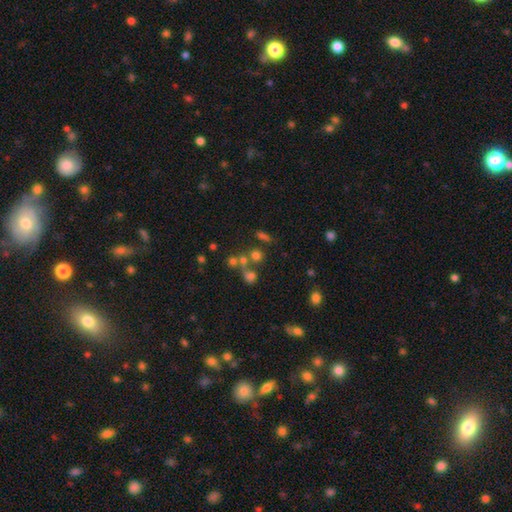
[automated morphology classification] A smooth galaxy with no disk features (61%) that is round (76%). Merging: none (52%).